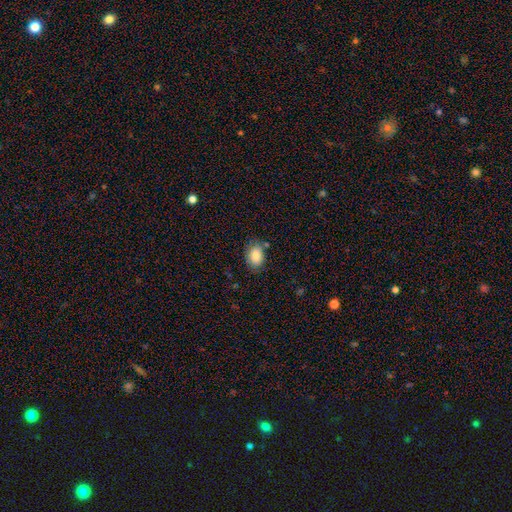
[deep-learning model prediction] This is clearly a smooth galaxy (84%). How rounded: clearly in between (81%). Merging: likely none (74%).